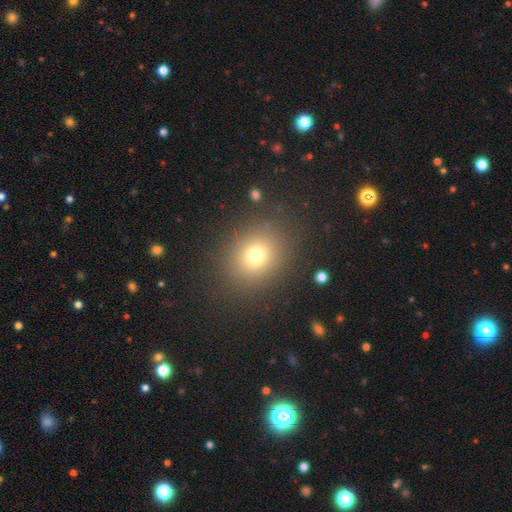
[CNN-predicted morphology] The model was most divided on "how rounded": round: 69%, in between: 30%, cigar-shaped: 1%. More confident: merging — none (87%); smooth or featured — smooth (73%).